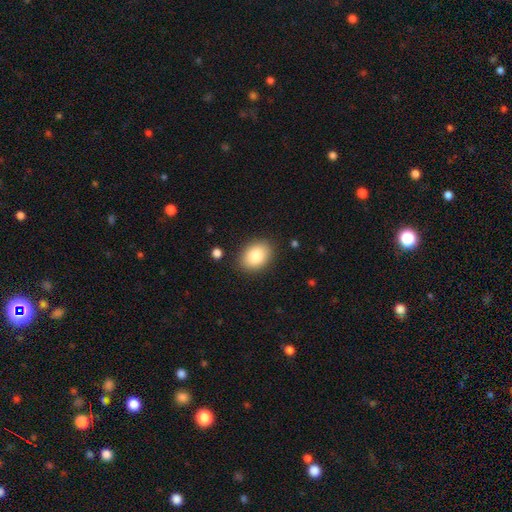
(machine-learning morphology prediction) Overall: smooth (85%). How rounded: in between (74%). Merging: none (86%).